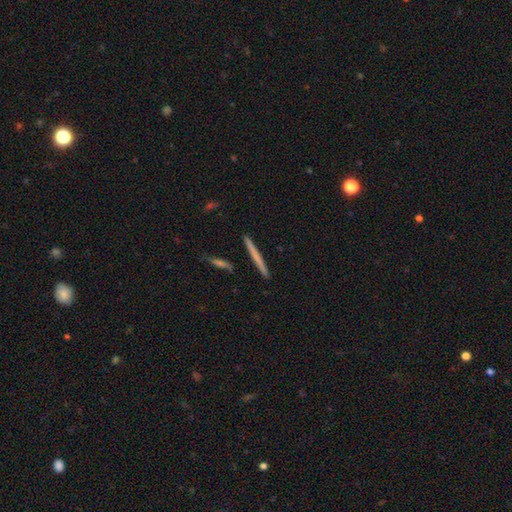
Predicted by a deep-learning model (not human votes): This appears to be a smooth galaxy with no disk features (53%) that is cigar-shaped (96%). Merging: none (91%).